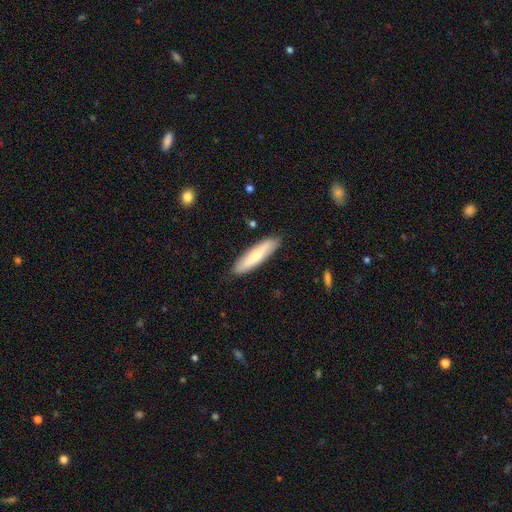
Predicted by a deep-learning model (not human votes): The model was most divided on "smooth or featured": smooth: 60%, featured or disk: 34%, star or artifact: 5%. More confident: merging — none (87%); how rounded — cigar-shaped (76%).